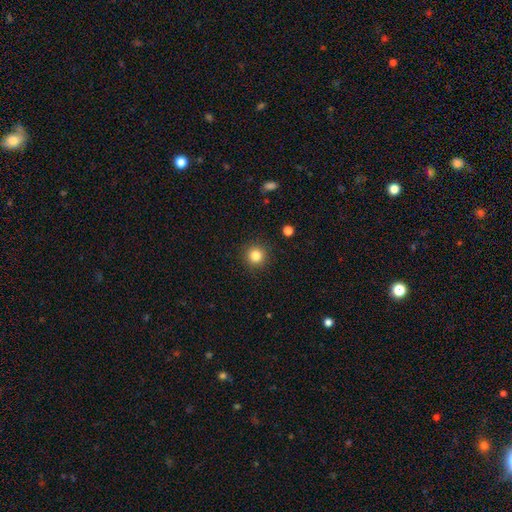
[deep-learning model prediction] A smooth galaxy with no disk features (83%) that is round (94%).

Vote fractions:
- Smooth or featured? smooth: 83% / star or artifact: 11% / featured or disk: 5%
- How rounded? round: 94% / in between: 5% / cigar-shaped: 1%
- Merging? none: 91% / minor disturbance: 6% / major disturbance: 2% / merger: 1%